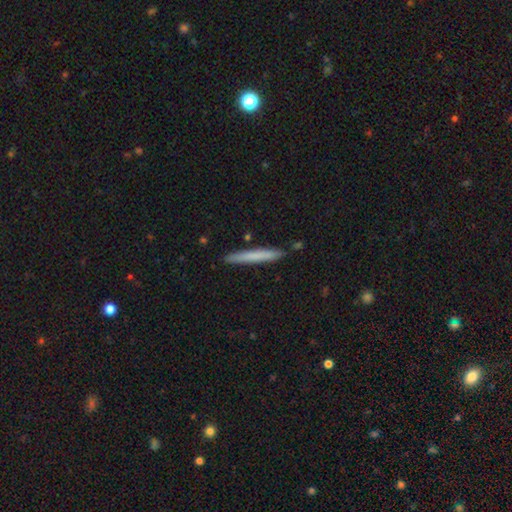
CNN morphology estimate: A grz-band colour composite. It shows a smooth galaxy with no disk features (70%) that is cigar-shaped (97%). Merging: none (88%).